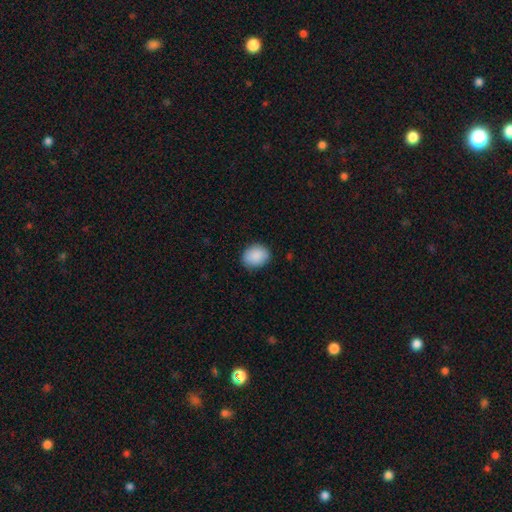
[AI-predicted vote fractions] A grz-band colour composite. It shows a smooth galaxy with no disk features (90%) that is in between round and cigar-shaped (55%). Merging: none (86%).